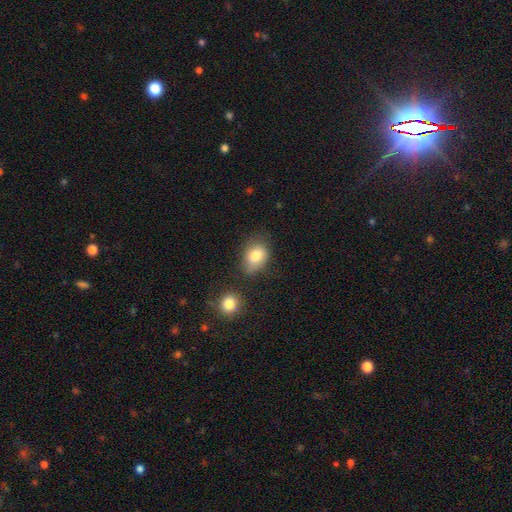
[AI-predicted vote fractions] Smooth or featured: smooth — 81% (featured or disk — 10%)
How rounded: in between — 69% (round — 29%)
Merging: none — 54% (minor disturbance — 29%)